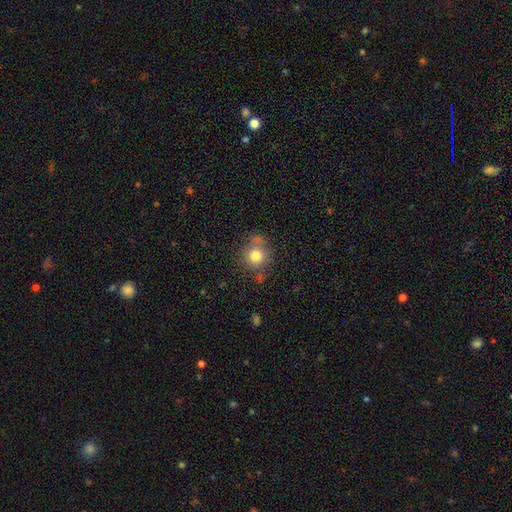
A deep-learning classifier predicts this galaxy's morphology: smooth 79%, star or artifact 11%, featured or disk 10%. Down the decision tree: how rounded — round (89%); merging — none (70%).